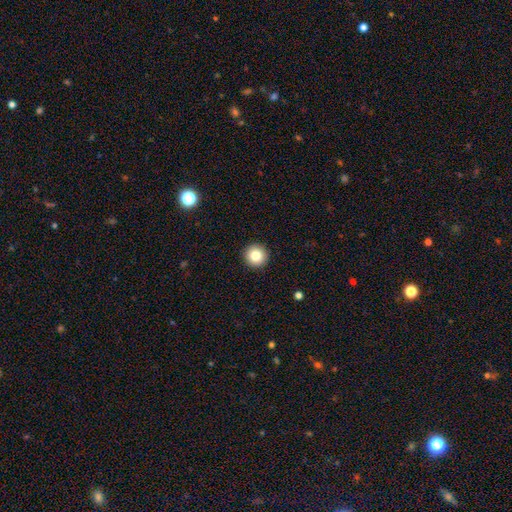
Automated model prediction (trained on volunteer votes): smooth_or_featured: smooth (p=0.83) [alt: star or artifact p=0.10]
how_rounded: round (p=0.96) [alt: in between p=0.03]
merging: none (p=0.93) [alt: minor disturbance p=0.04]